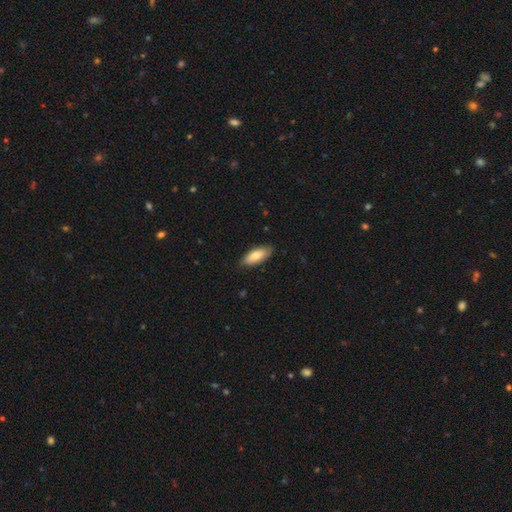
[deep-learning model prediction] Smooth or featured? Predicted: smooth (p=0.78). How rounded? Predicted: in between (p=0.77). Merging? Predicted: none (p=0.82).